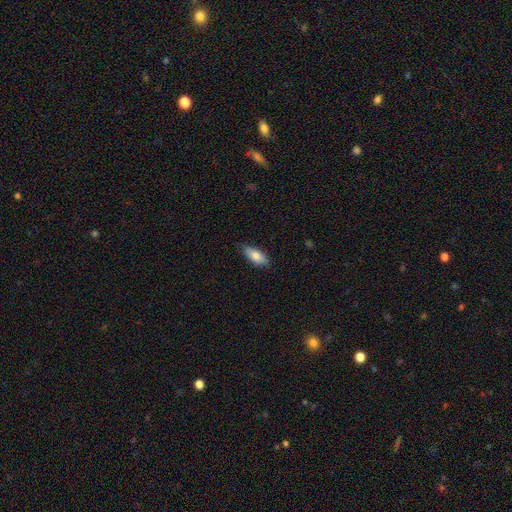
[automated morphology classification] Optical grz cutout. It shows a smooth galaxy with no disk features (78%) that is in between round and cigar-shaped (82%). Merging: none (84%).